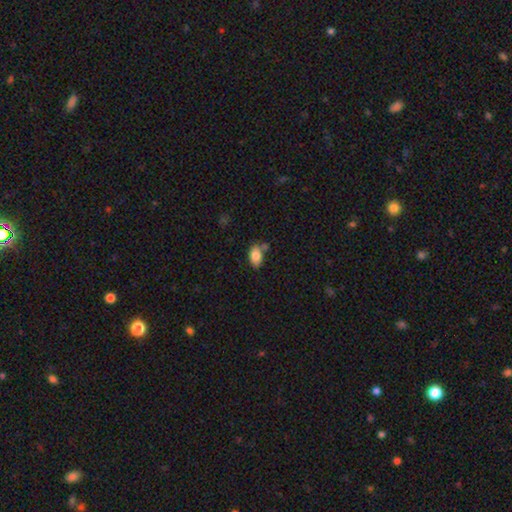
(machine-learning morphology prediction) This is clearly a smooth galaxy (84%). How rounded: clearly in between (91%). Merging: likely none (60%).